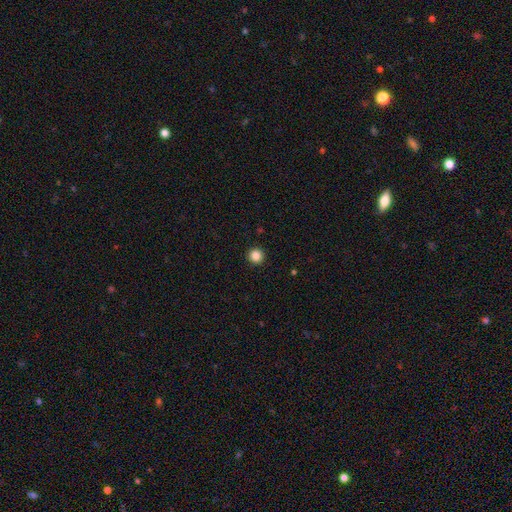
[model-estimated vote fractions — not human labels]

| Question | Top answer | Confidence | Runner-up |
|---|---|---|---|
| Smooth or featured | smooth | 86% | star or artifact (11%) |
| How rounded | round | 96% | in between (3%) |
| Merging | none | 94% | minor disturbance (4%) |